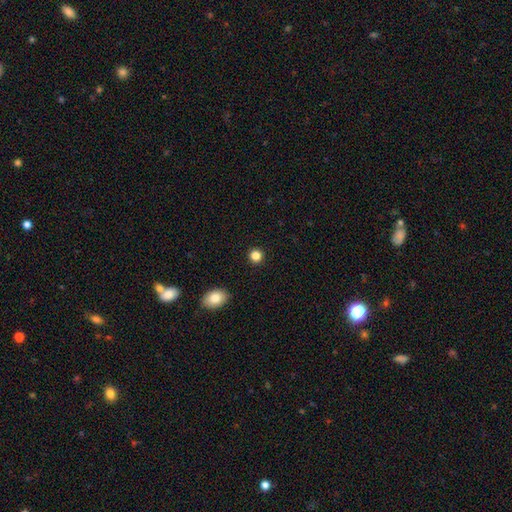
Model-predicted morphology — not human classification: smooth_or_featured: smooth (p=0.84) [alt: star or artifact p=0.12]
how_rounded: round (p=0.92) [alt: in between p=0.07]
merging: none (p=0.92) [alt: minor disturbance p=0.05]